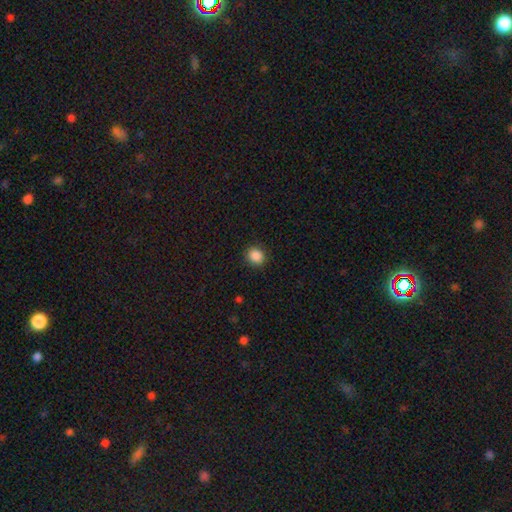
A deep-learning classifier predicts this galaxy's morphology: This is clearly a smooth galaxy (87%). How rounded: clearly round (83%). Merging: clearly none (90%).